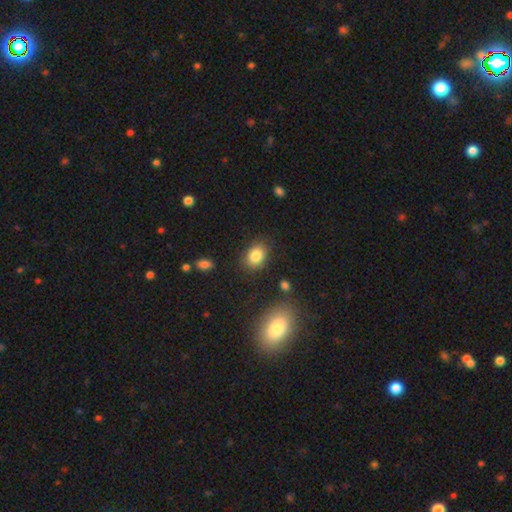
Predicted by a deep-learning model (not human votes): Overall: smooth (84%). How rounded: in between (69%; round 30%). Merging: none (82%).